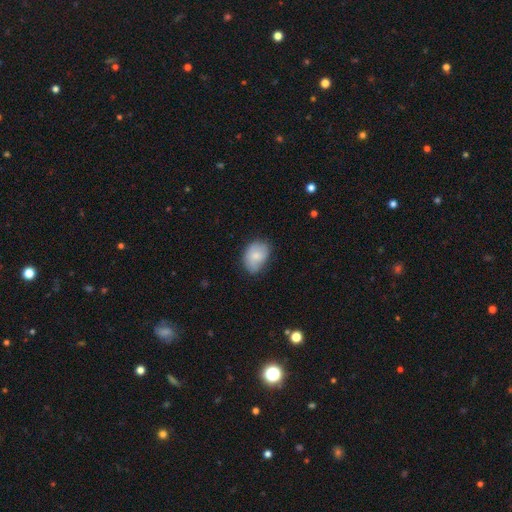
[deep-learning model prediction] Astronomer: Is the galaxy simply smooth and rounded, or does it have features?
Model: smooth — 75%.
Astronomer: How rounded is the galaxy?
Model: in between — 72%.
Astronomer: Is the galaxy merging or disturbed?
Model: none — 57% (runner-up: minor disturbance, 34%).